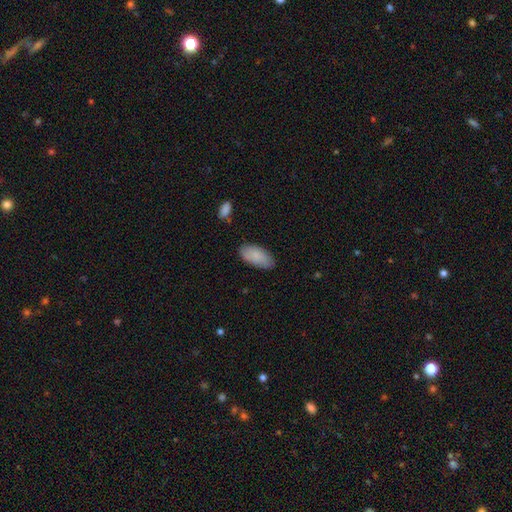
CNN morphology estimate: smooth_or_featured: smooth (p=0.85) [alt: featured or disk p=0.09]
how_rounded: in between (p=0.92) [alt: cigar-shaped p=0.06]
merging: none (p=0.82) [alt: minor disturbance p=0.14]